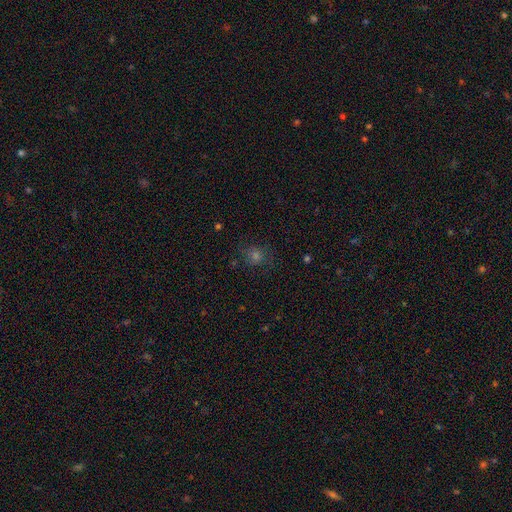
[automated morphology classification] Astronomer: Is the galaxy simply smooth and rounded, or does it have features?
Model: smooth — 50% (runner-up: star or artifact, 32%).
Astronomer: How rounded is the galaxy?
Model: round — 81%.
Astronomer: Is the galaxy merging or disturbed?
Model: none — 77%.